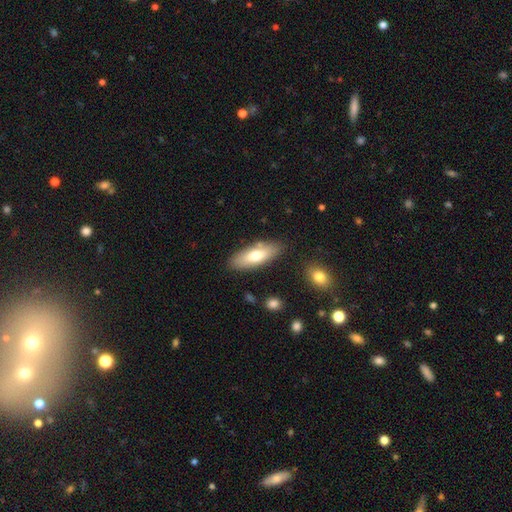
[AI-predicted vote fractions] smooth 68%, featured or disk 26%, star or artifact 6%. Down the decision tree: how rounded — in between (66%); merging — none (81%).